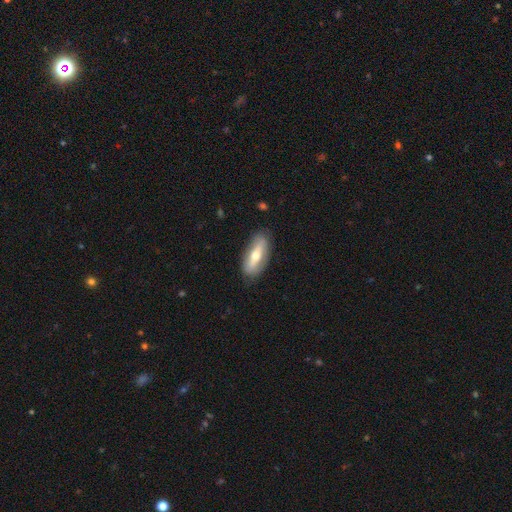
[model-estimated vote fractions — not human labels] Q: Smooth or featured?
A: smooth (48%); runner-up: featured or disk (47%)
Q: Merging?
A: none (80%); runner-up: minor disturbance (15%)